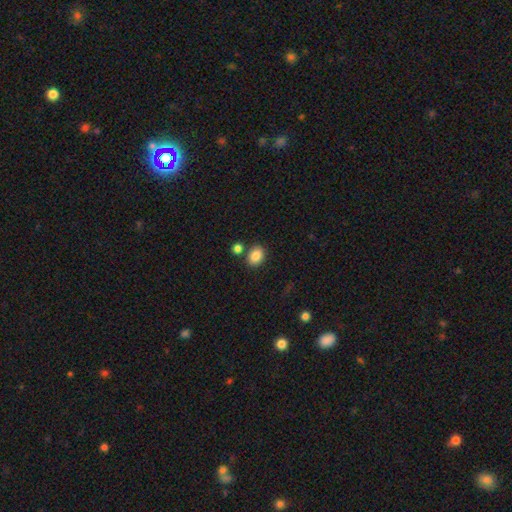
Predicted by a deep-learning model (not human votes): A smooth galaxy with no disk features (86%) that is in between round and cigar-shaped (54%). Merging: none (74%).